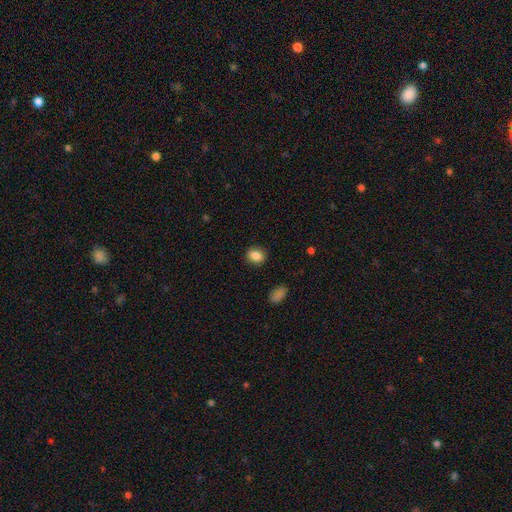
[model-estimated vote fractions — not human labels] Smooth or featured?
  - smooth: 86% *
  - star or artifact: 9%
  - featured or disk: 6%
How rounded?
  - in between: 56% *
  - round: 43%
  - cigar-shaped: 1%
Merging?
  - none: 87% *
  - minor disturbance: 10%
  - major disturbance: 3%
  - merger: 1%